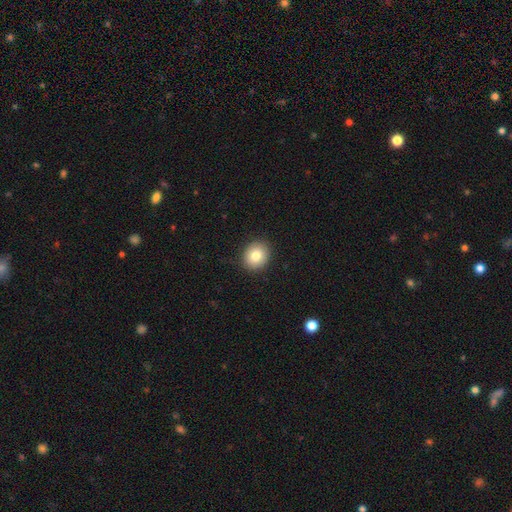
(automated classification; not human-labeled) This is clearly a smooth galaxy (81%). How rounded: likely round (75%). Merging: clearly none (89%).